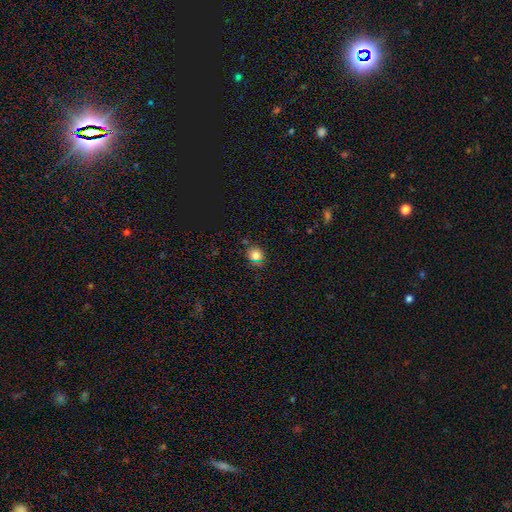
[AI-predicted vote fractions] Overall: smooth (79%). How rounded: round (83%). Merging: none (82%).